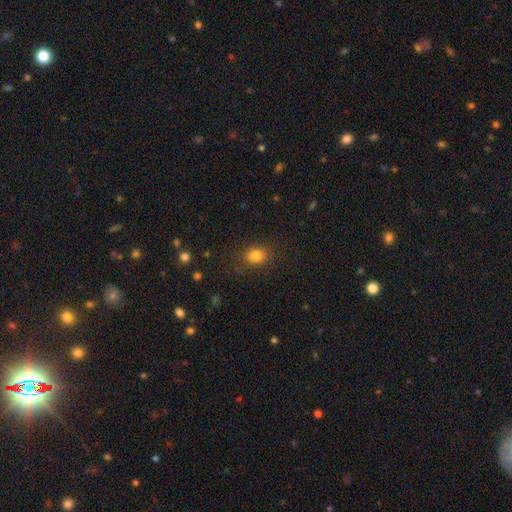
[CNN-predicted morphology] smooth_or_featured: smooth (p=0.83) [alt: star or artifact p=0.12]
how_rounded: round (p=0.57) [alt: in between p=0.42]
merging: none (p=0.83) [alt: minor disturbance p=0.12]